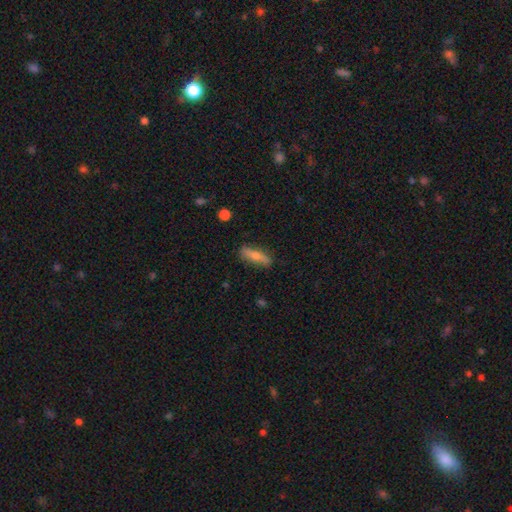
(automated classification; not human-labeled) smooth-or-featured: smooth: 65% | featured or disk: 29% | star or artifact: 6%
  how-rounded: cigar-shaped: 65% | in between: 32% | round: 3%
  merging: none: 82% | minor disturbance: 13% | major disturbance: 3% | merger: 2%